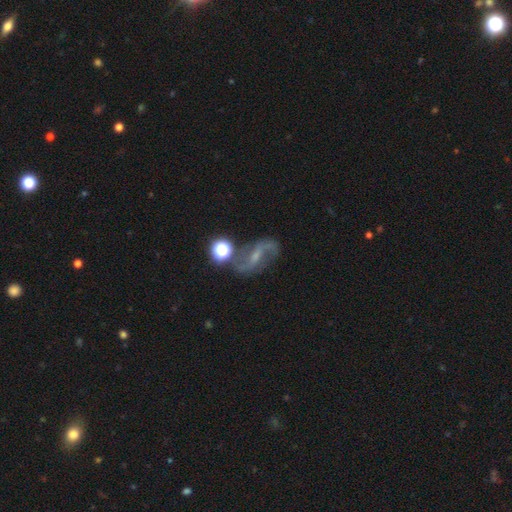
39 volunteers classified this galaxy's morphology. This appears to be a featured or disk galaxy (87%) with a weak bar (65%), 2 (94%) loose (88%) spiral arms (94%) and a small central bulge (53%). Merging: none (73%).